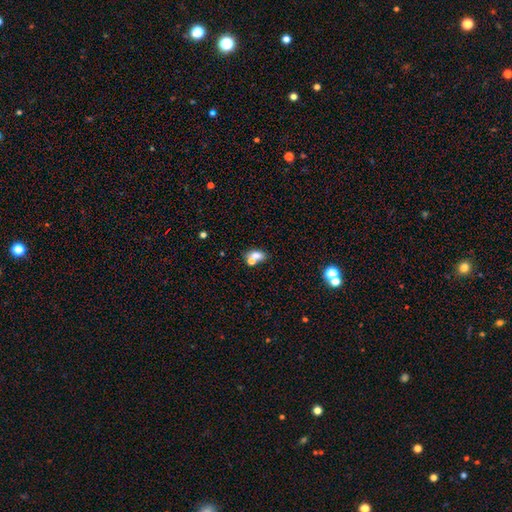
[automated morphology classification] Q: Smooth or featured?
A: smooth (71%); runner-up: featured or disk (16%)
Q: How rounded?
A: in between (76%); runner-up: round (22%)
Q: Merging?
A: merger (44%); runner-up: none (42%)